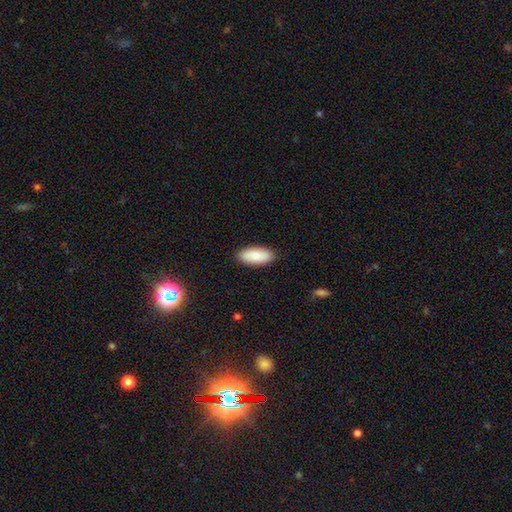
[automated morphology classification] A smooth galaxy with no disk features (86%) that is in between round and cigar-shaped (86%).

Vote fractions:
- Smooth or featured? smooth: 86% / featured or disk: 8% / star or artifact: 6%
- How rounded? in between: 86% / cigar-shaped: 12% / round: 2%
- Merging? none: 89% / minor disturbance: 8% / major disturbance: 2% / merger: 1%